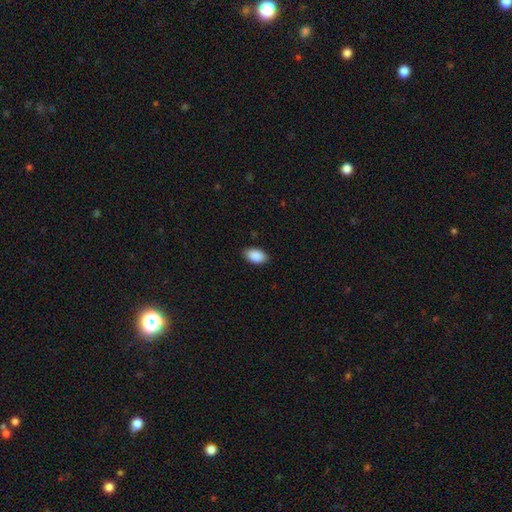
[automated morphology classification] Smooth or featured? Predicted: smooth (p=0.91). How rounded? Predicted: in between (p=0.93). Merging? Predicted: none (p=0.86).